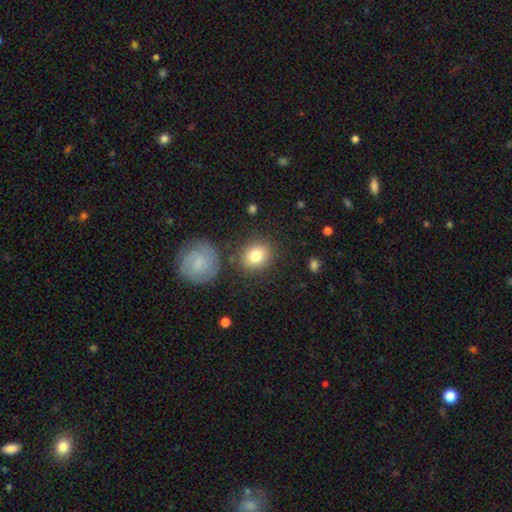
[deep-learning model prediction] smooth-or-featured: smooth: 82% | featured or disk: 10% | star or artifact: 7%
  how-rounded: round: 72% | in between: 27% | cigar-shaped: 1%
  merging: none: 80% | minor disturbance: 10% | merger: 5% | major disturbance: 4%